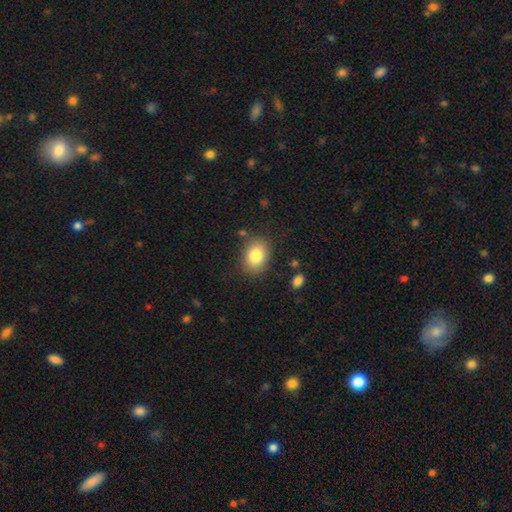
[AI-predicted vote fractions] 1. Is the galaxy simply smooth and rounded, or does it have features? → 82% smooth, 10% featured or disk, 8% star or artifact.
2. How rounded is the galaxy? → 68% in between, 31% round, 1% cigar-shaped.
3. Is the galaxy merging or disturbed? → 81% none, 12% minor disturbance, 4% major disturbance, 3% merger.